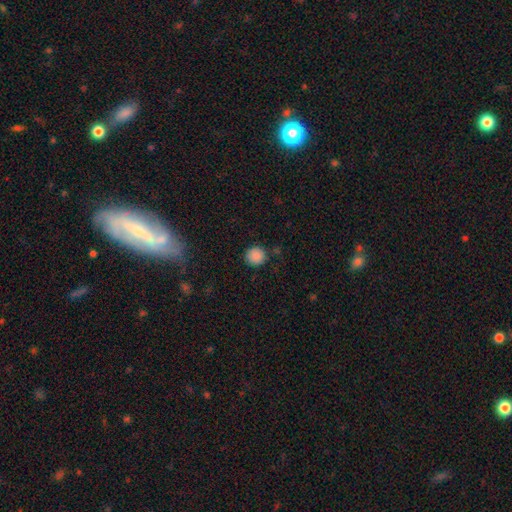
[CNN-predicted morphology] Overall: smooth (88%). How rounded: round (92%). Merging: none (86%).